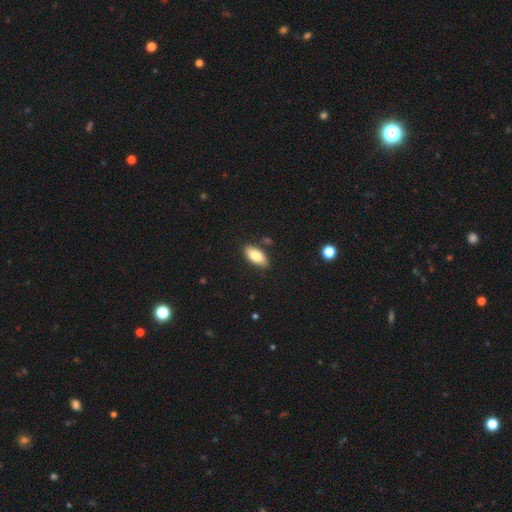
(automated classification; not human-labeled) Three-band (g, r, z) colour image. It shows a smooth galaxy with no disk features (84%) that is in between round and cigar-shaped (90%). Merging: none (84%).